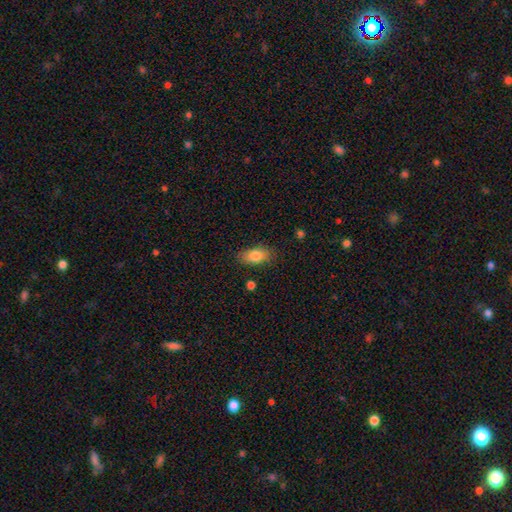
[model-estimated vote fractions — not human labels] smooth 82%, featured or disk 11%, star or artifact 7%. Down the decision tree: how rounded — in between (88%); merging — none (83%).